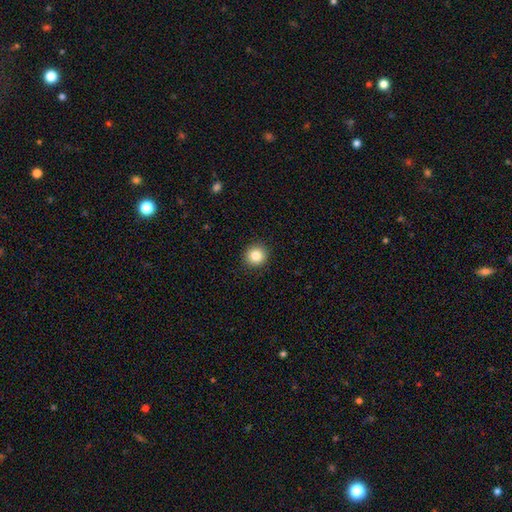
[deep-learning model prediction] Smooth or featured: smooth — 84% (star or artifact — 10%)
How rounded: round — 93% (in between — 6%)
Merging: none — 92% (minor disturbance — 5%)